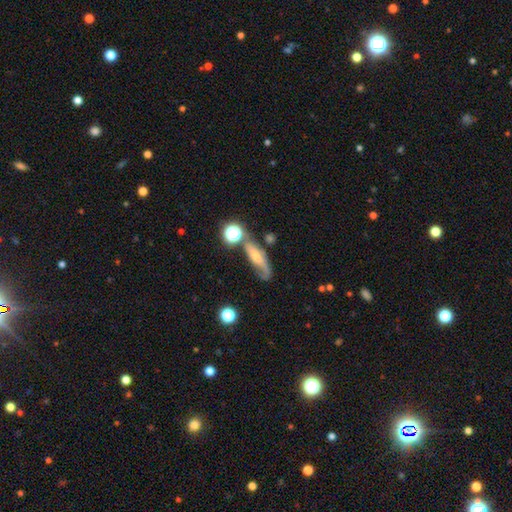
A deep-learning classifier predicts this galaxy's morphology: smooth_or_featured: featured or disk (p=0.52) [alt: smooth p=0.34]
disk_edge_on: no (p=0.66) [alt: yes p=0.34]
merging: none (p=0.48) [alt: minor disturbance p=0.23]